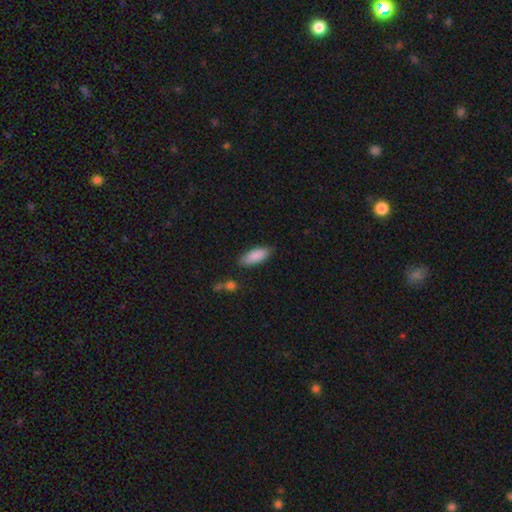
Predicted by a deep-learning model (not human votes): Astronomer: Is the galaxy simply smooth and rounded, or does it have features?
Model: smooth — 88%.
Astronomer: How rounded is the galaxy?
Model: in between — 73%.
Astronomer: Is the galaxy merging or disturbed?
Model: none — 83%.